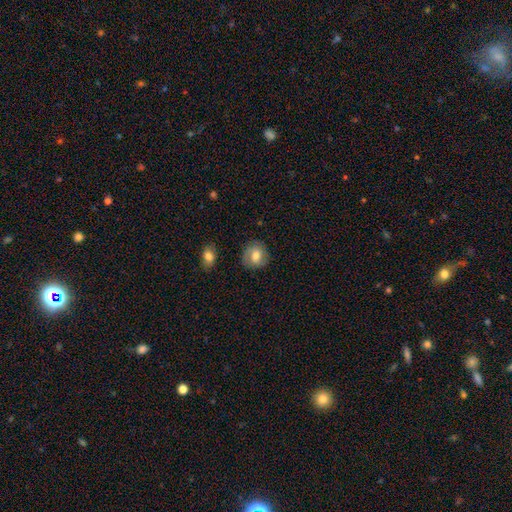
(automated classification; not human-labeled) smooth-or-featured: smooth: 68% | featured or disk: 24% | star or artifact: 8%
  how-rounded: round: 76% | in between: 23% | cigar-shaped: 1%
  merging: none: 80% | minor disturbance: 15% | major disturbance: 4% | merger: 2%